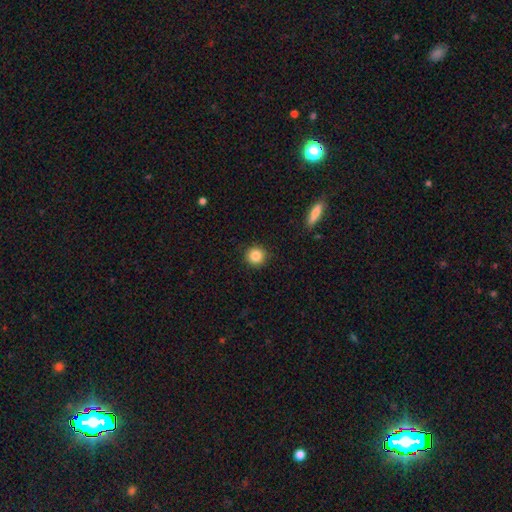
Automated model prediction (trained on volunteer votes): Q: Smooth or featured?
A: smooth (85%); runner-up: star or artifact (10%)
Q: How rounded?
A: round (94%); runner-up: in between (5%)
Q: Merging?
A: none (92%); runner-up: minor disturbance (6%)